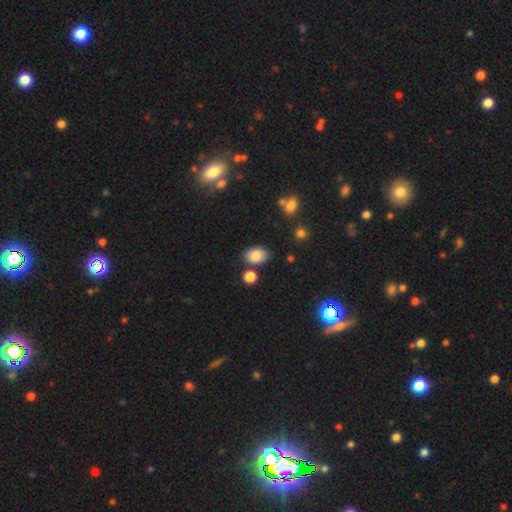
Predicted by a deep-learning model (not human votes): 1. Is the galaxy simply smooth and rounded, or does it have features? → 83% smooth, 9% star or artifact, 8% featured or disk.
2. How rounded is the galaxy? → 80% in between, 18% round, 1% cigar-shaped.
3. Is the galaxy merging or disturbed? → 76% none, 13% minor disturbance, 8% merger, 3% major disturbance.